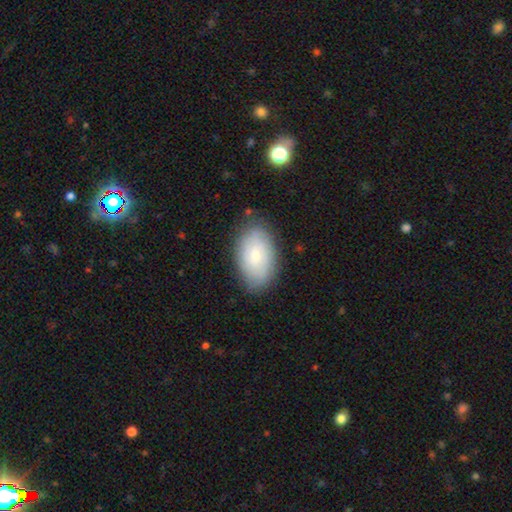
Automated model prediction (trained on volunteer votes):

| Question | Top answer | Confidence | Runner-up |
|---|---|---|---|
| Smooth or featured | smooth | 63% | featured or disk (30%) |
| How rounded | in between | 93% | round (6%) |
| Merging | none | 80% | minor disturbance (16%) |